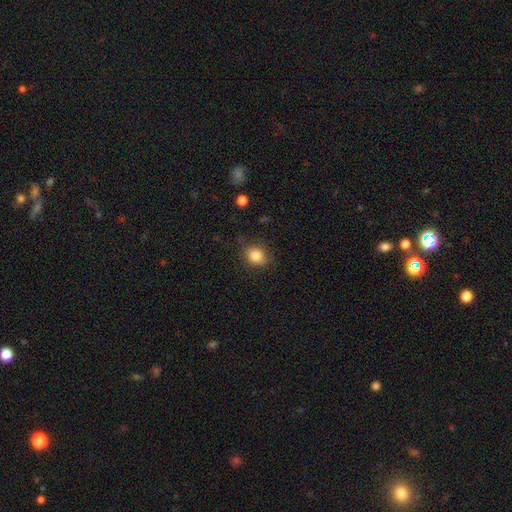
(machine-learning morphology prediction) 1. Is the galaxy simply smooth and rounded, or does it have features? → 83% smooth, 10% star or artifact, 7% featured or disk.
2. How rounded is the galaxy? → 62% round, 37% in between, 1% cigar-shaped.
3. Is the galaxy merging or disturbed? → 78% none, 16% minor disturbance, 4% major disturbance, 1% merger.